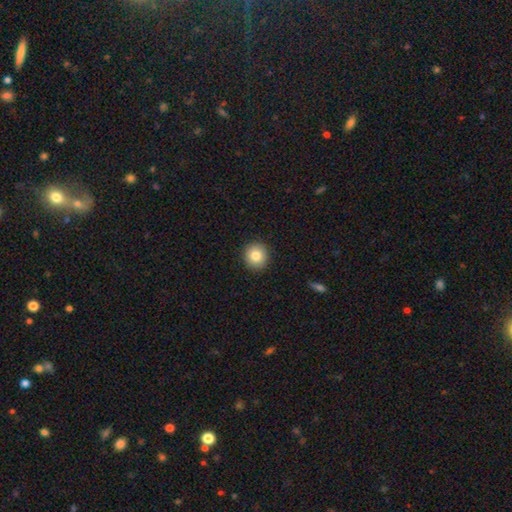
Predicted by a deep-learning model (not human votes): smooth 83%, star or artifact 9%, featured or disk 8%. Down the decision tree: how rounded — round (92%); merging — none (92%).